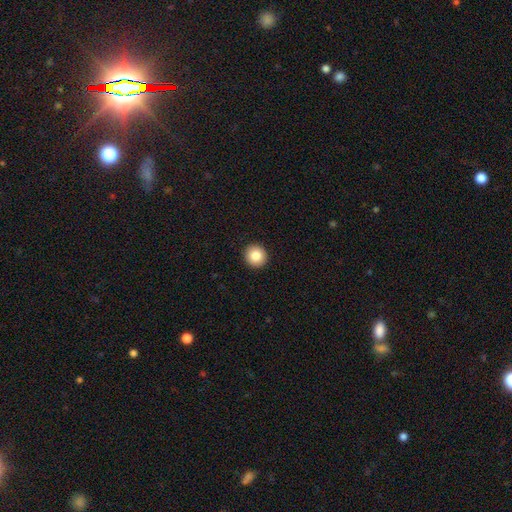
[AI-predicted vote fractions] Q: Smooth or featured?
A: smooth (84%); runner-up: star or artifact (9%)
Q: How rounded?
A: round (94%); runner-up: in between (5%)
Q: Merging?
A: none (93%); runner-up: minor disturbance (4%)